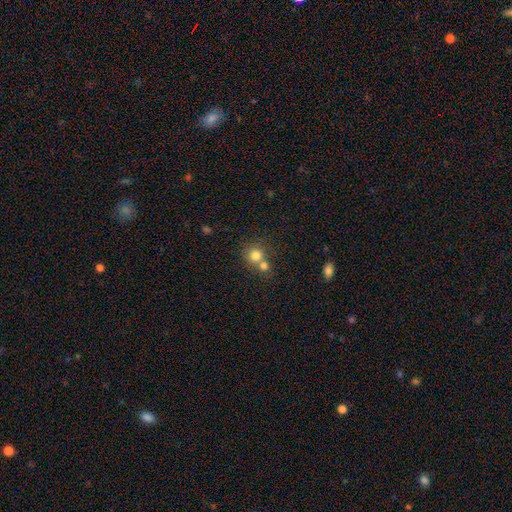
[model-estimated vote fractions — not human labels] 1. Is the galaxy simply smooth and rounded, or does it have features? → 78% smooth, 11% star or artifact, 10% featured or disk.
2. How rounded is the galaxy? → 87% round, 12% in between, 1% cigar-shaped.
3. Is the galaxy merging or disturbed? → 48% merger, 43% none, 6% minor disturbance, 3% major disturbance.